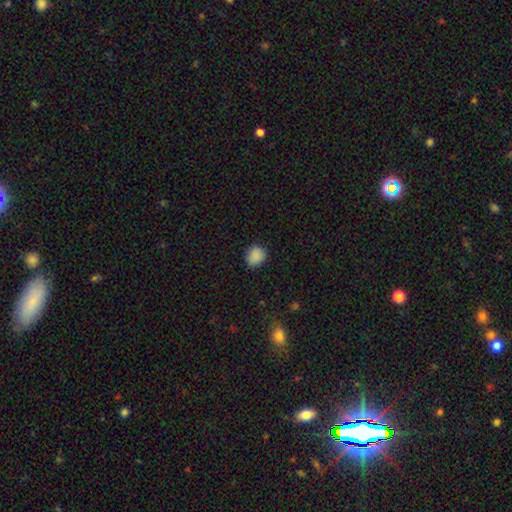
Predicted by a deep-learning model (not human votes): A smooth galaxy with no disk features (87%) that is round (64%).

Vote fractions:
- Smooth or featured? smooth: 87% / star or artifact: 9% / featured or disk: 3%
- How rounded? round: 64% / in between: 35% / cigar-shaped: 1%
- Merging? none: 82% / minor disturbance: 14% / major disturbance: 3% / merger: 1%